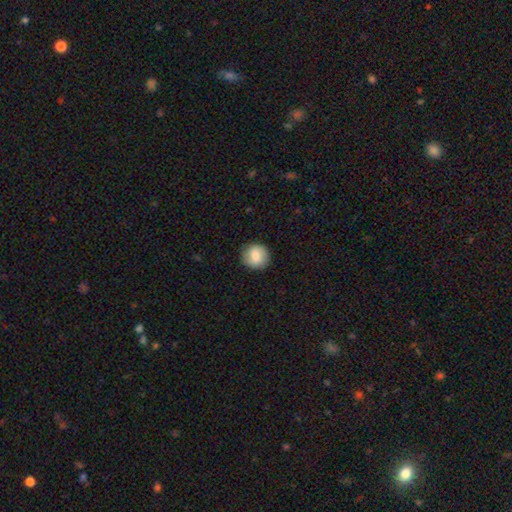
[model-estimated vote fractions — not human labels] Smooth or featured? smooth (76%)
How rounded? round (88%)
Merging? none (86%)